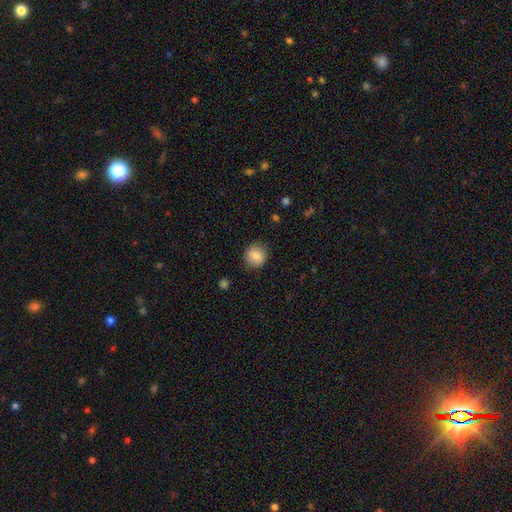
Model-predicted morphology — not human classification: Smooth or featured: smooth — 84% (star or artifact — 9%)
How rounded: round — 89% (in between — 11%)
Merging: none — 87% (minor disturbance — 9%)